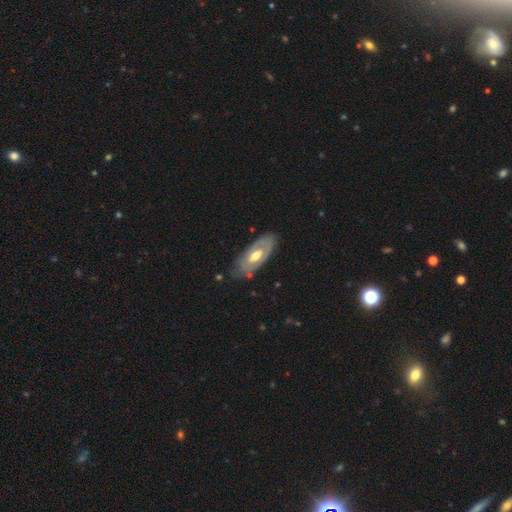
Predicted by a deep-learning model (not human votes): This appears to be a featured or disk galaxy (61%) with no bar (61%), no spiral arms (72%) and a moderate central bulge (71%). Merging: none (76%).